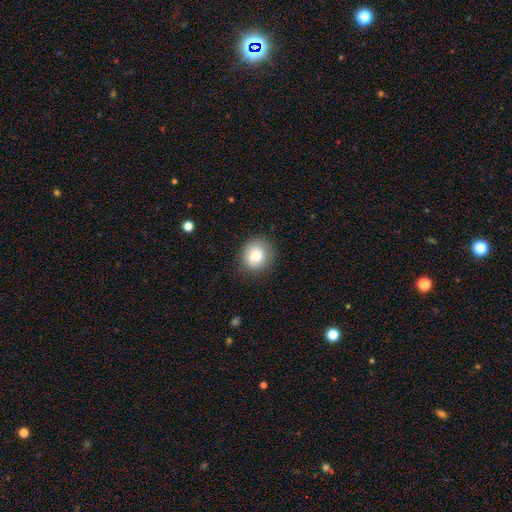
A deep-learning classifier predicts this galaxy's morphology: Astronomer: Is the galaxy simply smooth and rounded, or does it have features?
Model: smooth — 83%.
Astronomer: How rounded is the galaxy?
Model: round — 74%.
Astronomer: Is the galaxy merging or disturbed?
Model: none — 85%.